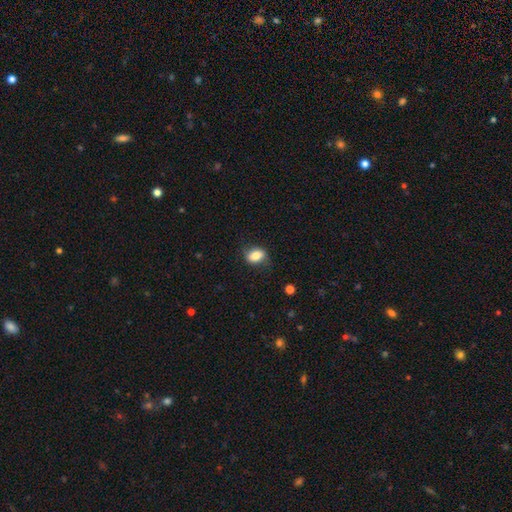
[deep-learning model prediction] smooth_or_featured: smooth (p=0.79) [alt: featured or disk p=0.12]
how_rounded: in between (p=0.72) [alt: round p=0.26]
merging: none (p=0.75) [alt: minor disturbance p=0.19]